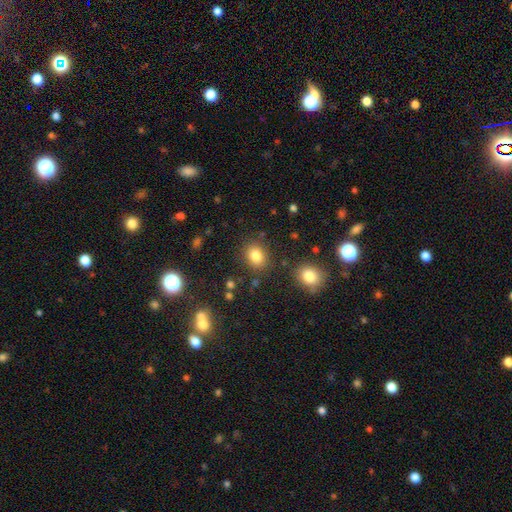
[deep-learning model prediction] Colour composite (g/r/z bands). It shows a smooth galaxy with no disk features (82%) that is round (55%). Merging: none (84%).